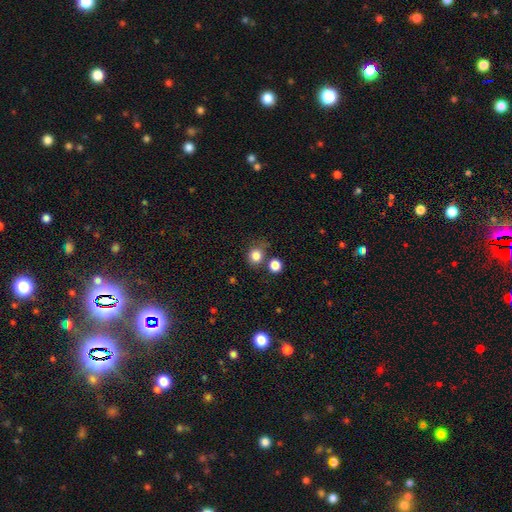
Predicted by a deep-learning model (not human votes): smooth 83%, star or artifact 12%, featured or disk 5%. Down the decision tree: how rounded — round (82%); merging — none (66%).